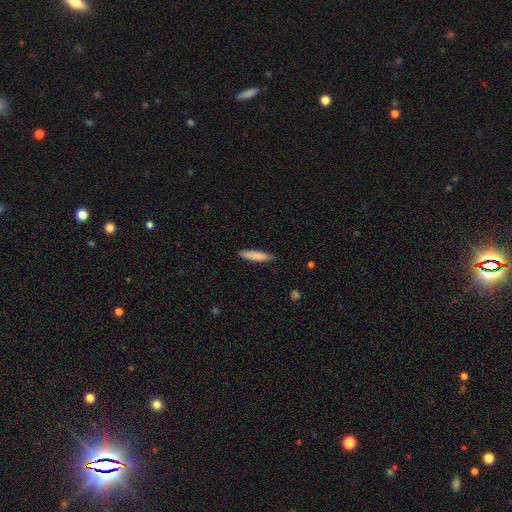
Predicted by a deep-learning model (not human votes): This appears to be a smooth galaxy with no disk features (83%) that is cigar-shaped (80%). Merging: none (84%).